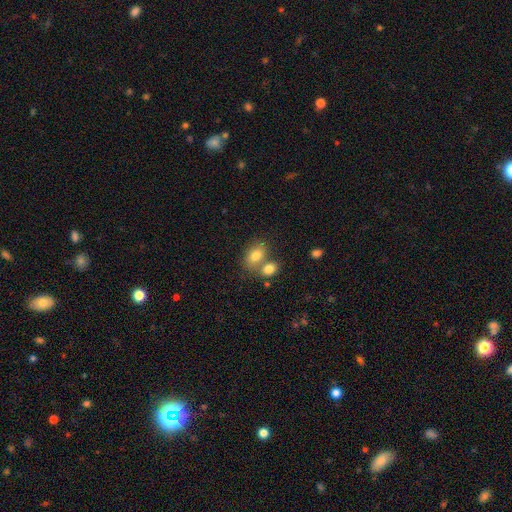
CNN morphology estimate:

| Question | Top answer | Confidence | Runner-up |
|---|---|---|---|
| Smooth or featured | smooth | 79% | featured or disk (12%) |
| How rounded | in between | 74% | round (25%) |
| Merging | none | 44% | merger (42%) |